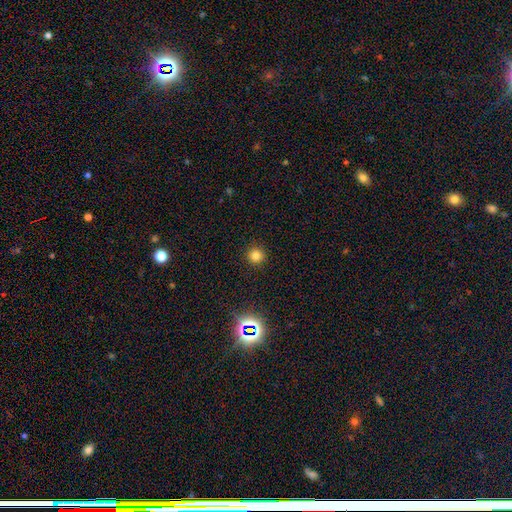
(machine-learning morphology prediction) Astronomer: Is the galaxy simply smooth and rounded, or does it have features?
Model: smooth — 78%.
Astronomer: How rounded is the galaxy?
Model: round — 95%.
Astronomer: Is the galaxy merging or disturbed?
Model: none — 92%.